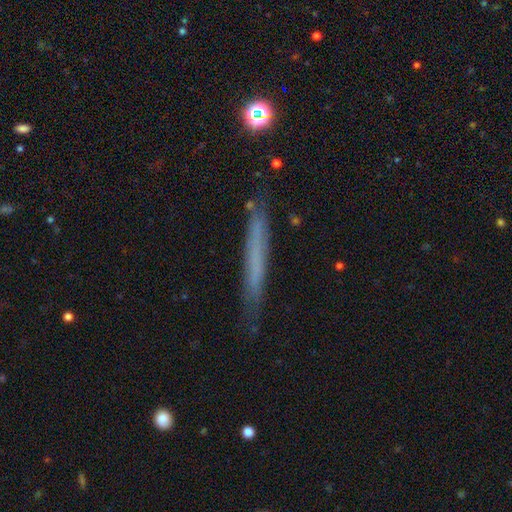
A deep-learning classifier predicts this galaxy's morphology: type=smooth (52%); roundness=cigar-shaped (96%); merging=none (81%).